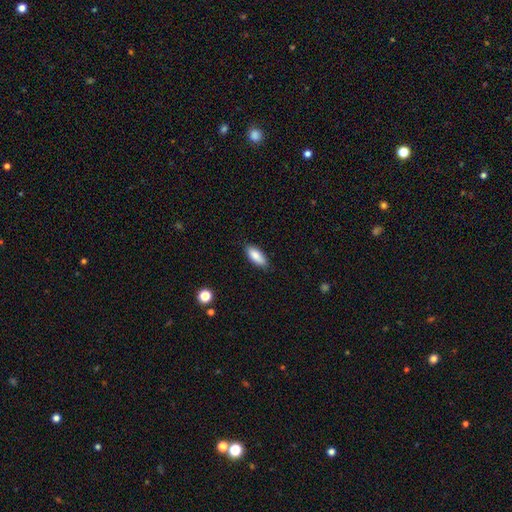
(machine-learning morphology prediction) A smooth galaxy with no disk features (85%) that is in between round and cigar-shaped (78%).

Vote fractions:
- Smooth or featured? smooth: 85% / featured or disk: 9% / star or artifact: 7%
- How rounded? in between: 78% / cigar-shaped: 20% / round: 2%
- Merging? none: 83% / minor disturbance: 13% / major disturbance: 2% / merger: 1%